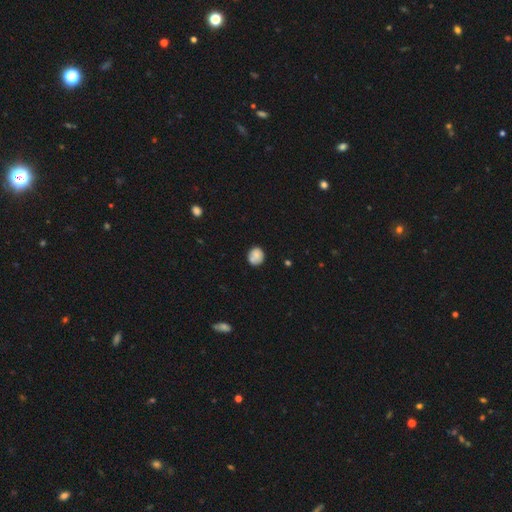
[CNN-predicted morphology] smooth_or_featured: smooth (p=0.82) [alt: featured or disk p=0.09]
how_rounded: round (p=0.76) [alt: in between p=0.23]
merging: none (p=0.73) [alt: minor disturbance p=0.18]